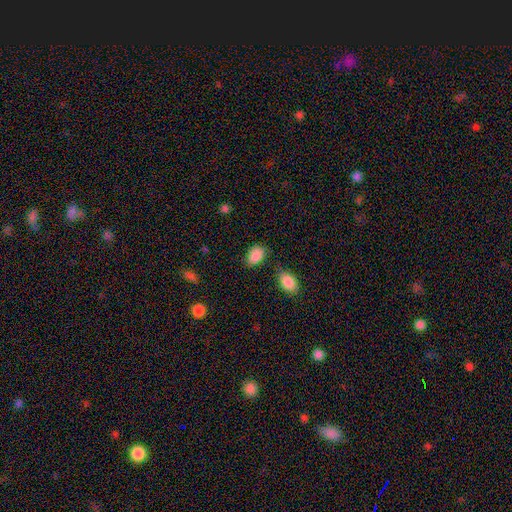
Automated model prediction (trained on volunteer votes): Morphology: type=smooth (88%); roundness=in between (85%); merging=none (71%).